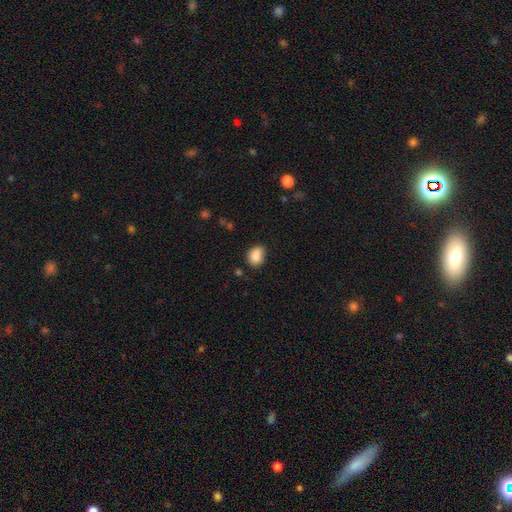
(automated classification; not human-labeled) A smooth galaxy with no disk features (87%) that is in between round and cigar-shaped (61%).

Vote fractions:
- Smooth or featured? smooth: 87% / star or artifact: 8% / featured or disk: 4%
- How rounded? in between: 61% / round: 38% / cigar-shaped: 1%
- Merging? none: 74% / minor disturbance: 20% / major disturbance: 4% / merger: 2%